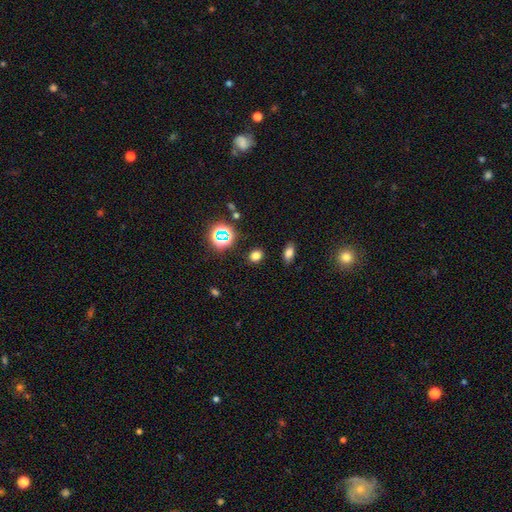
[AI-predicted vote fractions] The model was most divided on "how rounded": round: 50%, in between: 48%, cigar-shaped: 2%. More confident: merging — none (87%); smooth or featured — smooth (71%).